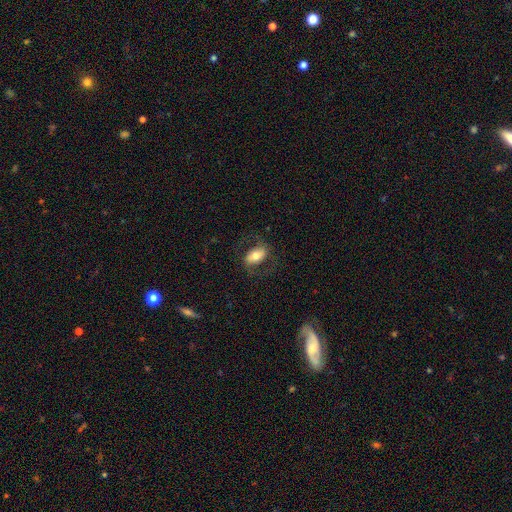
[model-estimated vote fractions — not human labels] A smooth galaxy with no disk features (50%) that is in between round and cigar-shaped (89%). Merging: none (71%).